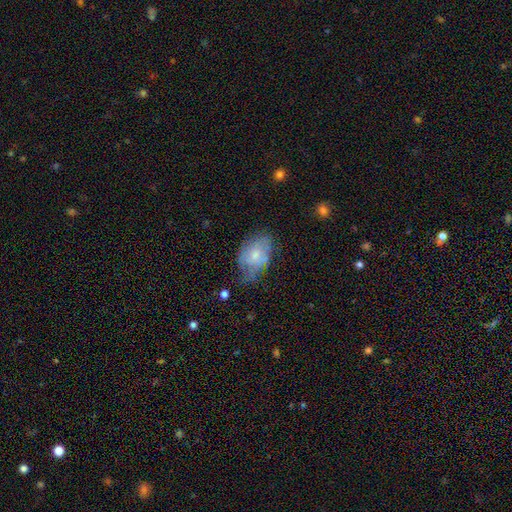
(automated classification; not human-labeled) Smooth or featured? smooth (59%)
How rounded? in between (86%)
Merging? none (41%)